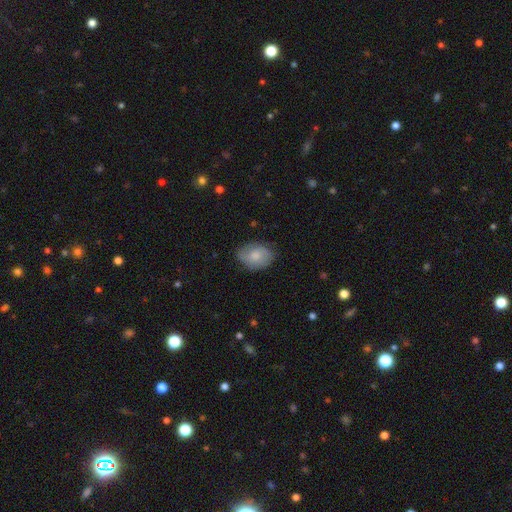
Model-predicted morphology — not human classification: type=smooth (73%); roundness=in between (73%); merging=none (73%).